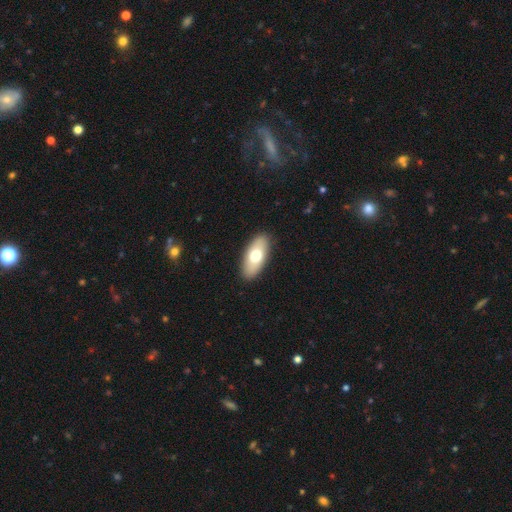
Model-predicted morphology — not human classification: Smooth or featured: smooth — 70% (featured or disk — 24%)
How rounded: in between — 88% (cigar-shaped — 9%)
Merging: none — 90% (minor disturbance — 7%)